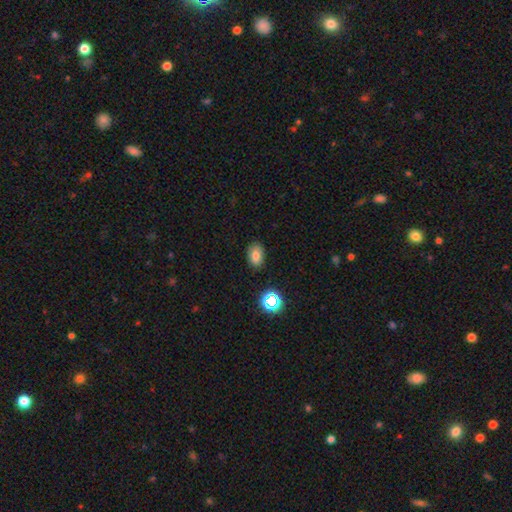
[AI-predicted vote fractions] smooth-or-featured: smooth: 77% | star or artifact: 14% | featured or disk: 9%
  how-rounded: in between: 83% | round: 16% | cigar-shaped: 1%
  merging: none: 85% | minor disturbance: 11% | major disturbance: 3% | merger: 2%